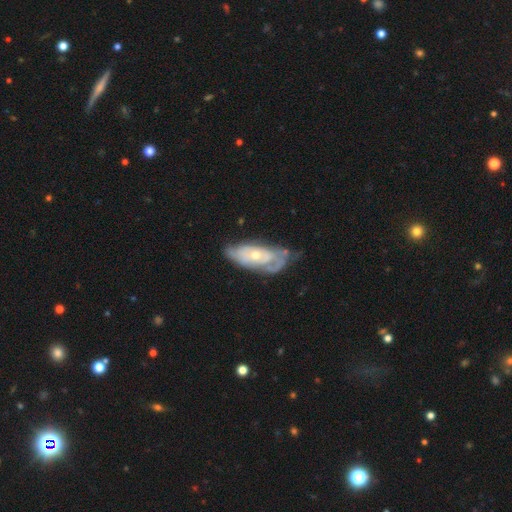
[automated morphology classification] Q: Smooth or featured?
A: featured or disk (72%); runner-up: smooth (22%)
Q: Edge-on disk?
A: no (89%); runner-up: yes (11%)
Q: Bar?
A: no (80%); runner-up: weak (17%)
Q: Spiral arms?
A: yes (70%); runner-up: no (30%)
Q: Bulge size?
A: small (49%); runner-up: moderate (47%)
Q: Merging?
A: none (50%); runner-up: minor disturbance (30%)